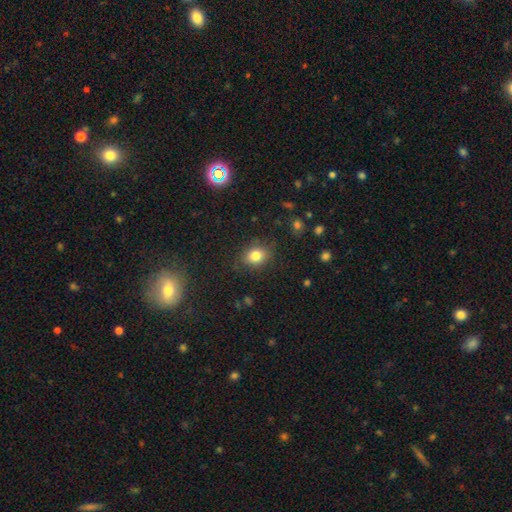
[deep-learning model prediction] smooth_or_featured: smooth (p=0.81) [alt: star or artifact p=0.12]
how_rounded: round (p=0.54) [alt: in between p=0.45]
merging: none (p=0.82) [alt: minor disturbance p=0.13]